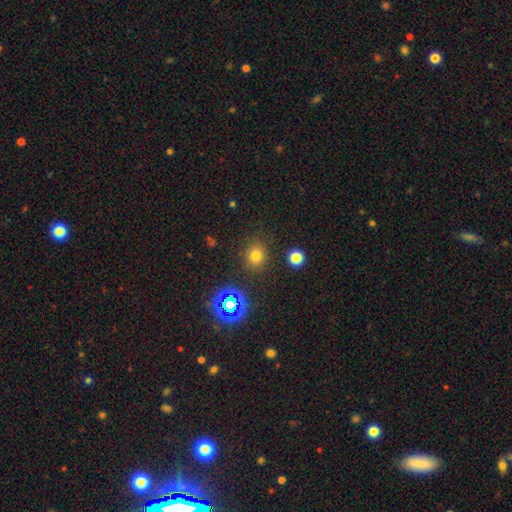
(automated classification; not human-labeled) smooth 70%, star or artifact 23%, featured or disk 7%. Down the decision tree: how rounded — round (76%); merging — none (85%).